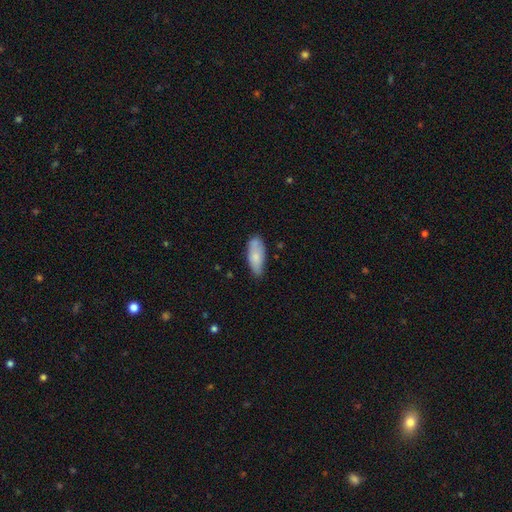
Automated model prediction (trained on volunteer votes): smooth-or-featured: smooth: 75% | featured or disk: 18% | star or artifact: 6%
  how-rounded: in between: 79% | cigar-shaped: 19% | round: 2%
  merging: none: 65% | minor disturbance: 26% | merger: 5% | major disturbance: 5%